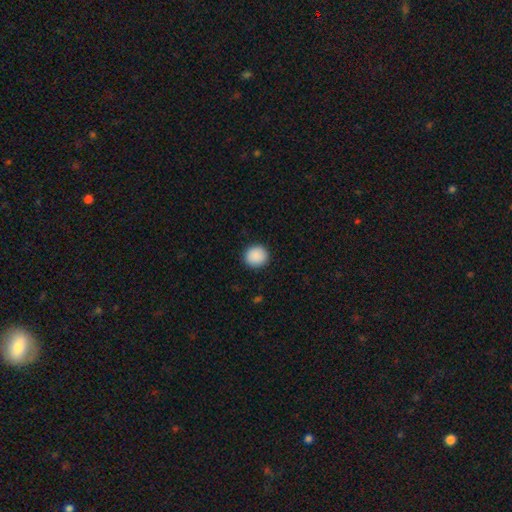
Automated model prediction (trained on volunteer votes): Overall: smooth (90%). How rounded: round (89%). Merging: none (91%).